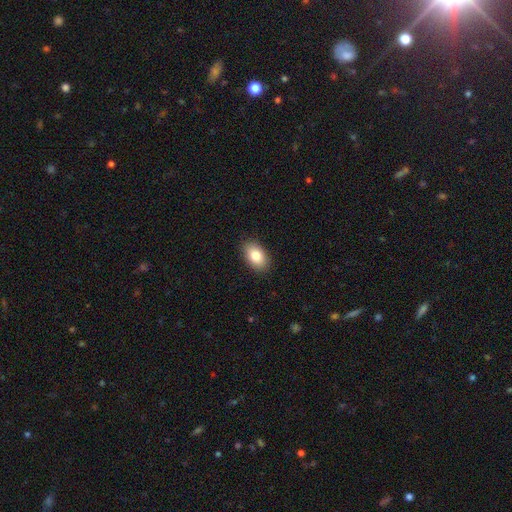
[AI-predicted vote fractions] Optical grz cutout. It shows a smooth galaxy with no disk features (82%) that is in between round and cigar-shaped (91%). Merging: none (88%).